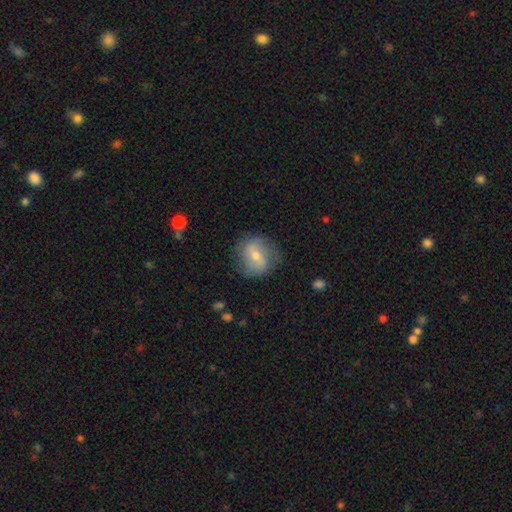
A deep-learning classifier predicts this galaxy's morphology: This appears to be a featured or disk galaxy (52%). Merging: none (75%).